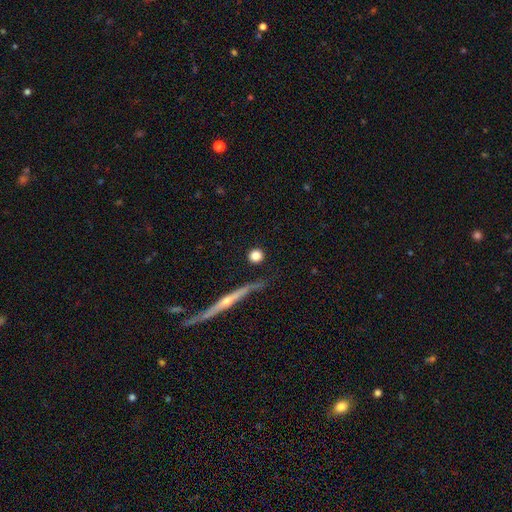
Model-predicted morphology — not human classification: Q: Smooth or featured?
A: smooth (80%); runner-up: featured or disk (11%)
Q: How rounded?
A: round (92%); runner-up: in between (5%)
Q: Merging?
A: none (87%); runner-up: minor disturbance (7%)